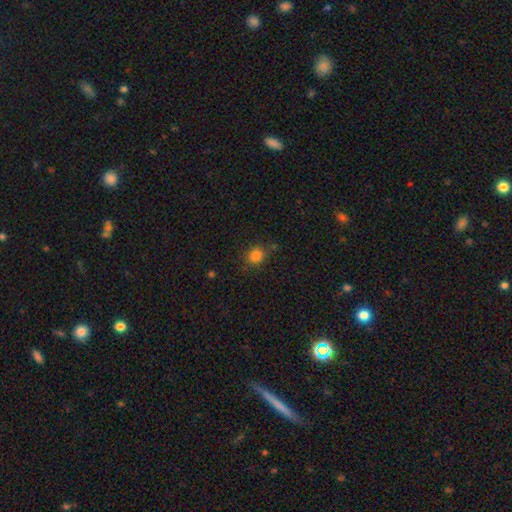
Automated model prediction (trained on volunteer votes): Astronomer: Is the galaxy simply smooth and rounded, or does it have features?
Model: smooth — 83%.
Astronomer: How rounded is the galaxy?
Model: round — 81%.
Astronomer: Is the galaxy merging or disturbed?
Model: none — 80%.